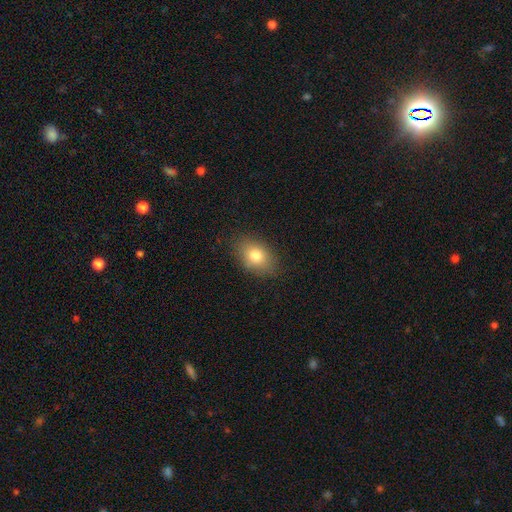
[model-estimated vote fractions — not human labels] smooth-or-featured: smooth: 78% | featured or disk: 12% | star or artifact: 10%
  how-rounded: in between: 80% | round: 18% | cigar-shaped: 1%
  merging: none: 83% | minor disturbance: 12% | major disturbance: 3% | merger: 1%